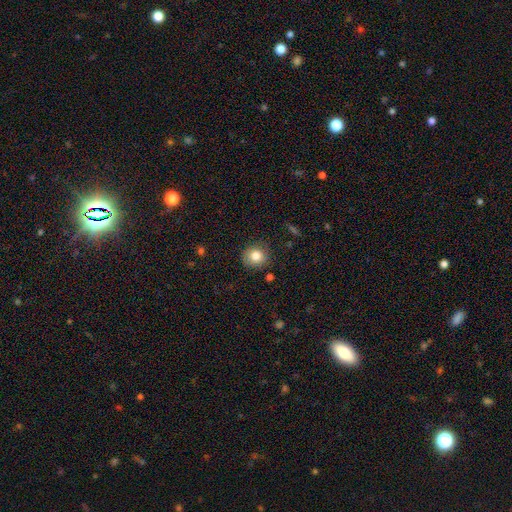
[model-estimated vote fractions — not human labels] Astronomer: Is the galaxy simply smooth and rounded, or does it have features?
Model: smooth — 82%.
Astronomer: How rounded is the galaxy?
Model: round — 87%.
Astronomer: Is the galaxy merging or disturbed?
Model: none — 84%.